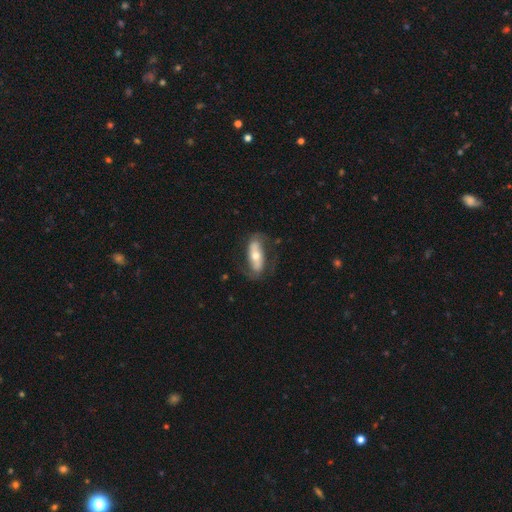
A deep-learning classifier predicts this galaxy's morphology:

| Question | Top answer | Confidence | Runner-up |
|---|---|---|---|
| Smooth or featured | featured or disk | 59% | smooth (35%) |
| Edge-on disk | no | 82% | yes (18%) |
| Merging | none | 67% | minor disturbance (19%) |